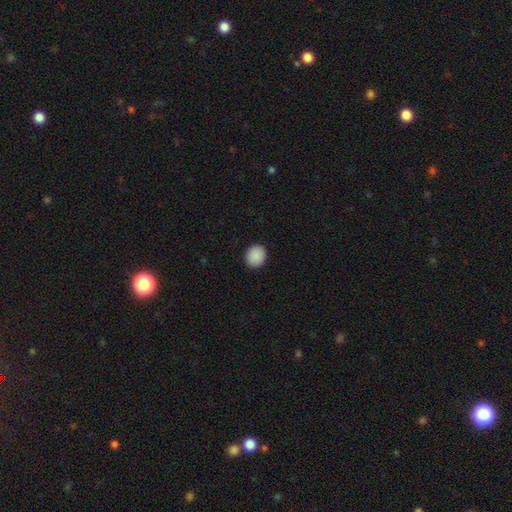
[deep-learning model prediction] smooth-or-featured: smooth: 90% | star or artifact: 8% | featured or disk: 2%
  how-rounded: round: 78% | in between: 21% | cigar-shaped: 1%
  merging: none: 91% | minor disturbance: 6% | major disturbance: 2% | merger: 1%